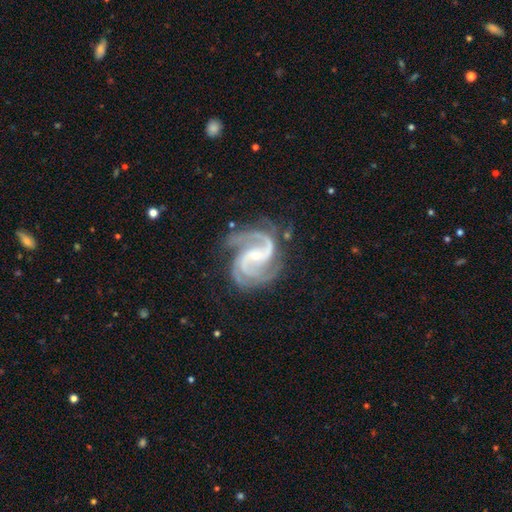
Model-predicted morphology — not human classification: featured or disk 93%, star or artifact 4%, smooth 2%. Down the decision tree: edge-on disk — no (98%); bar — weak (38%); spiral arms — yes (99%); spiral arm count — 2 (43%); spiral winding — medium (57%); bulge size — small (75%); merging — none (70%).